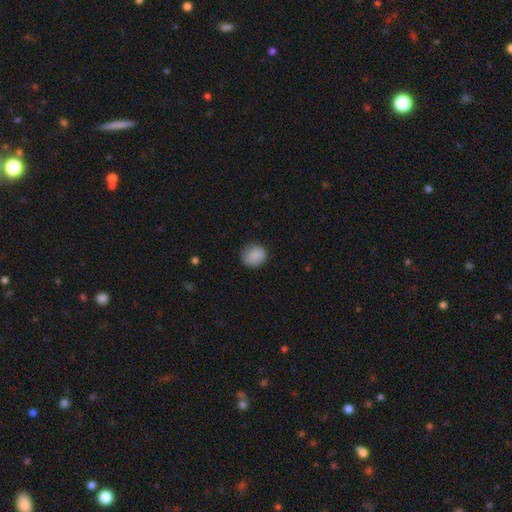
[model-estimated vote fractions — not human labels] This appears to be a smooth galaxy with no disk features (87%) that is round (81%). Merging: none (83%).